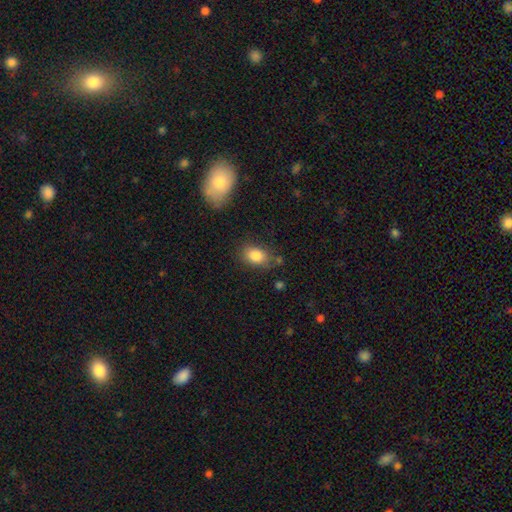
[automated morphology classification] The model was most divided on "merging": none: 73%, minor disturbance: 18%, major disturbance: 5%, merger: 4%. More confident: smooth or featured — smooth (84%); how rounded — in between (78%).